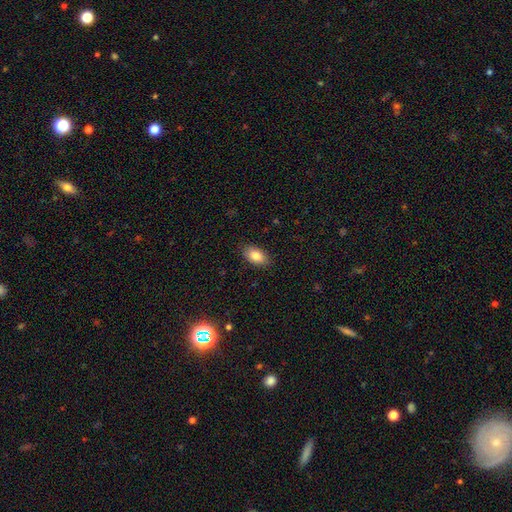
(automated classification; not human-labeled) The model was most divided on "smooth or featured": smooth: 85%, featured or disk: 8%, star or artifact: 7%. More confident: how rounded — in between (93%); merging — none (87%).